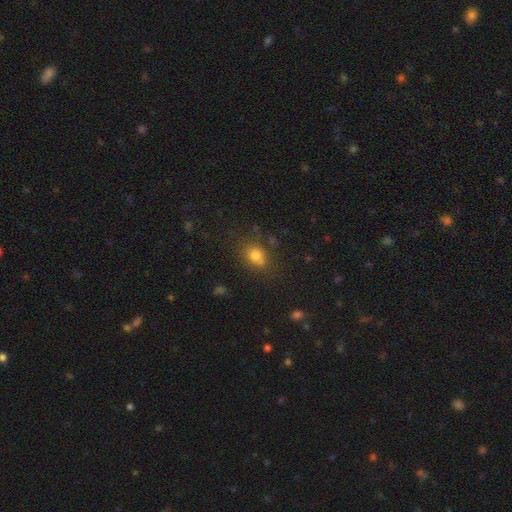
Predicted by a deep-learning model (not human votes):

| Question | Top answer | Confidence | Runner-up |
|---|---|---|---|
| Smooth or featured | smooth | 77% | star or artifact (14%) |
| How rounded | in between | 52% | round (46%) |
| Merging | none | 68% | minor disturbance (18%) |